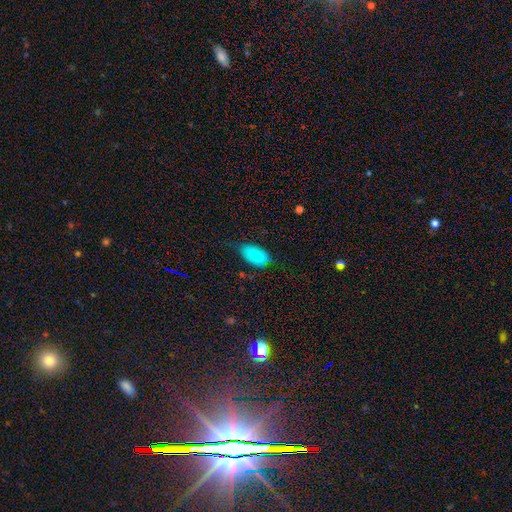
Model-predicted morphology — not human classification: Smooth or featured?
  - smooth: 87% *
  - star or artifact: 8%
  - featured or disk: 5%
How rounded?
  - in between: 94% *
  - round: 4%
  - cigar-shaped: 2%
Merging?
  - none: 62% *
  - minor disturbance: 30%
  - major disturbance: 7%
  - merger: 2%